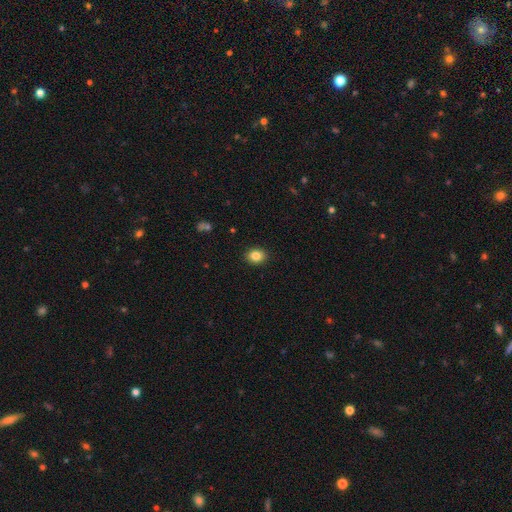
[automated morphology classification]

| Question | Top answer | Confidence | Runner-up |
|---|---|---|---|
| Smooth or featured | smooth | 85% | star or artifact (10%) |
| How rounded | round | 52% | in between (48%) |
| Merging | none | 91% | minor disturbance (7%) |